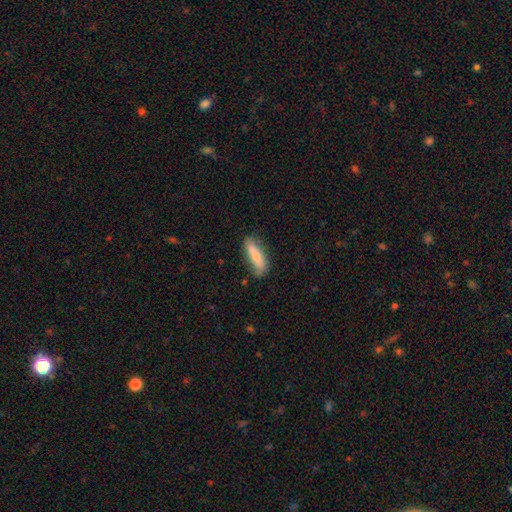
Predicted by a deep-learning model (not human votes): A smooth galaxy with no disk features (66%) that is in between round and cigar-shaped (50%). Merging: none (71%).